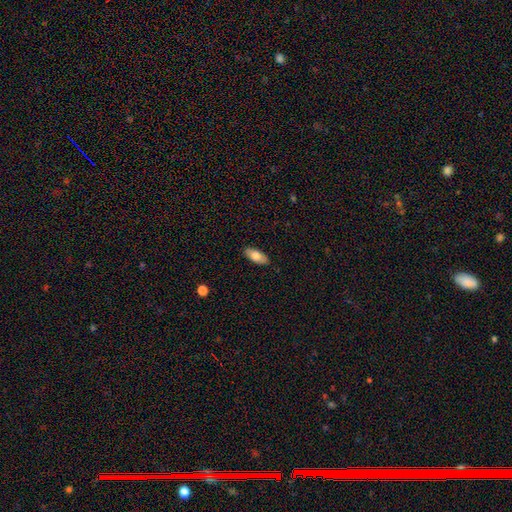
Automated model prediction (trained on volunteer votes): Smooth or featured: smooth — 78% (featured or disk — 15%)
How rounded: in between — 85% (cigar-shaped — 13%)
Merging: none — 88% (minor disturbance — 9%)